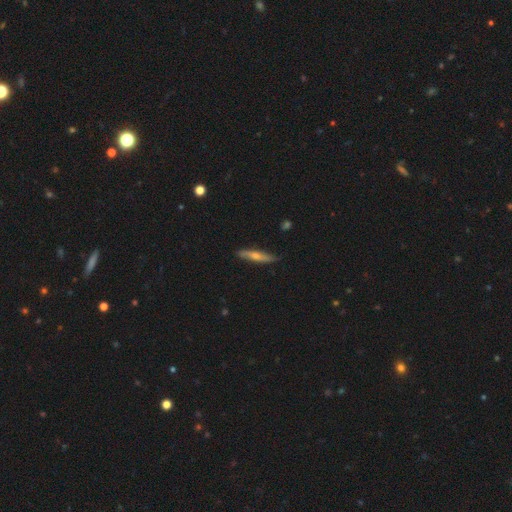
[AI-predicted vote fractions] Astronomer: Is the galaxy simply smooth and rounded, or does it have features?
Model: featured or disk — 55% (runner-up: smooth, 37%).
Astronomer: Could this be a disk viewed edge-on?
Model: yes — 90%.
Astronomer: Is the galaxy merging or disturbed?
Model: none — 87%.